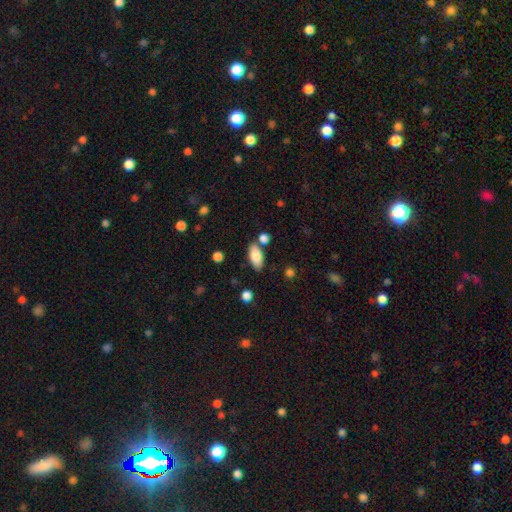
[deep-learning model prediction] Overall: smooth (84%). How rounded: in between (88%). Merging: none (75%).